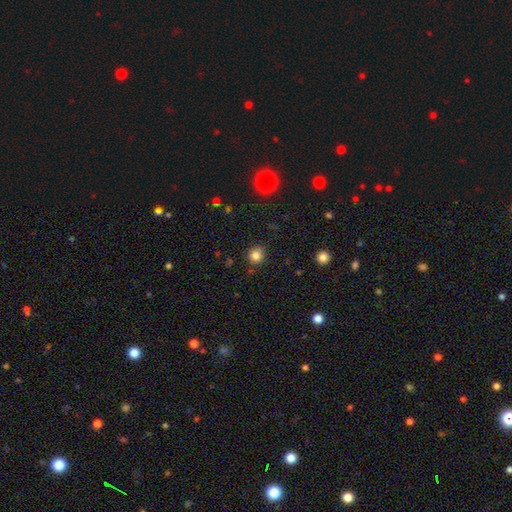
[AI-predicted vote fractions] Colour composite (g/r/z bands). It shows a smooth galaxy with no disk features (82%) that is round (86%). Merging: none (87%).